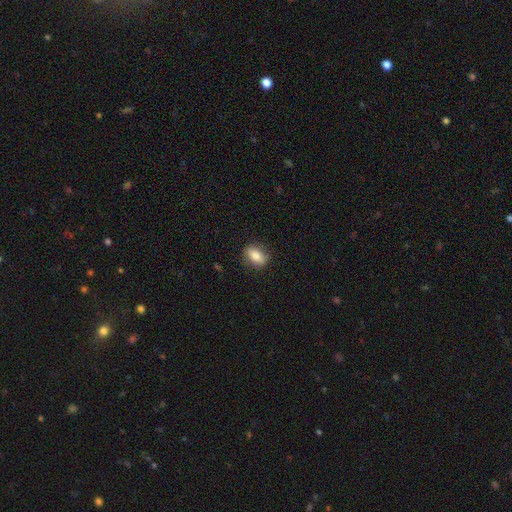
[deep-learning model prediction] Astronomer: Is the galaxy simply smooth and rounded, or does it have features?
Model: smooth — 80%.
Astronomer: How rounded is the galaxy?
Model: in between — 81%.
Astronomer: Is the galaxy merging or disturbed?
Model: none — 82%.